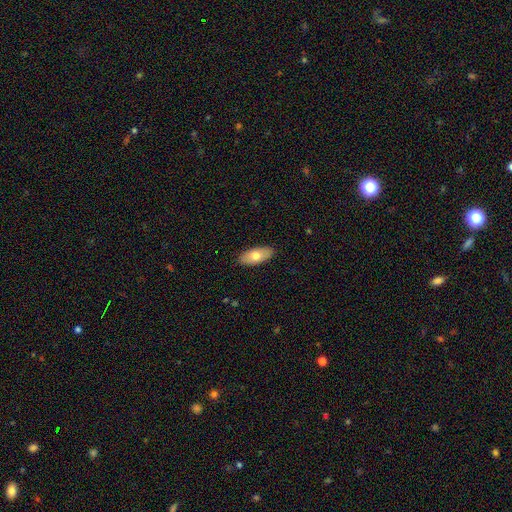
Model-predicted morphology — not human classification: A smooth galaxy with no disk features (72%) that is in between round and cigar-shaped (86%). Merging: none (89%).